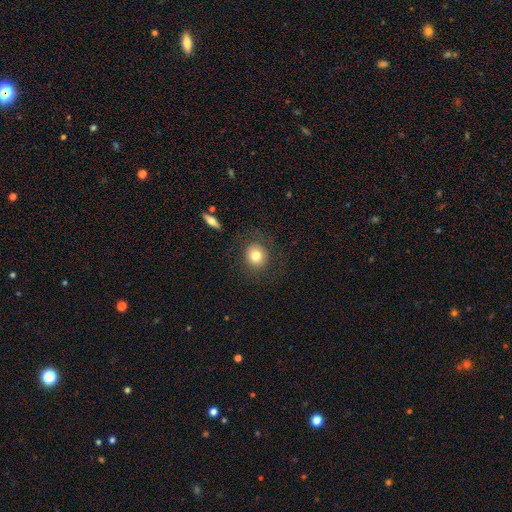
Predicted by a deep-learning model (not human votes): Overall: smooth (78%). How rounded: round (83%). Merging: none (84%).